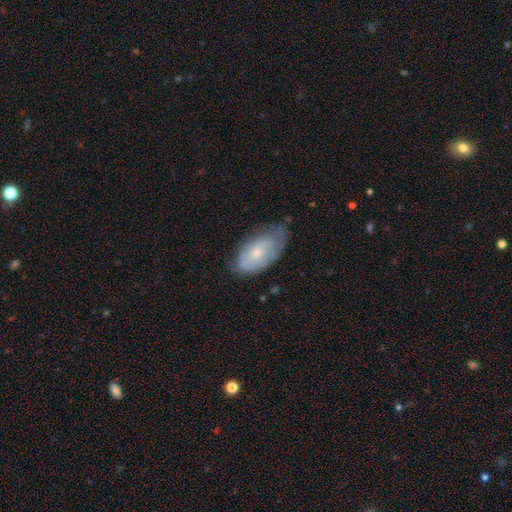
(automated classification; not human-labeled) Overall: featured or disk (46%; smooth 44%). Merging: none (63%; minor disturbance 28%).